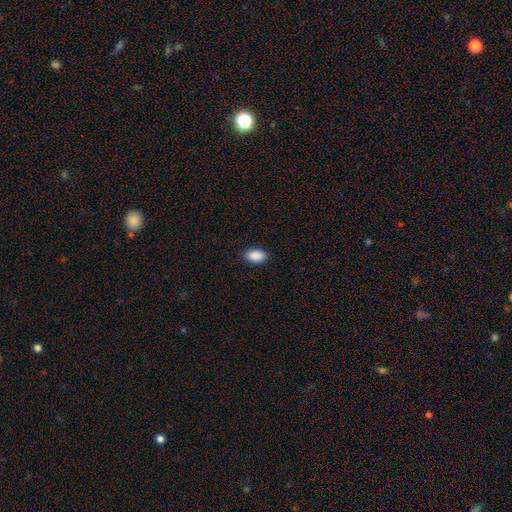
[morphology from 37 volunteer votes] type=smooth (97%); roundness=in between (89%); merging=none (97%).